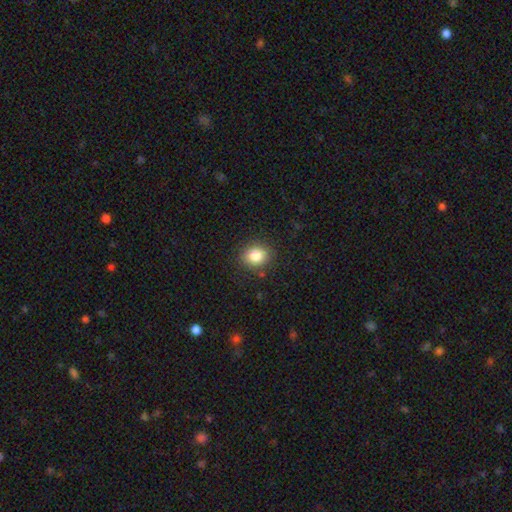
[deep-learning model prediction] smooth-or-featured: smooth: 82% | star or artifact: 11% | featured or disk: 7%
  how-rounded: round: 69% | in between: 30% | cigar-shaped: 1%
  merging: none: 87% | minor disturbance: 9% | major disturbance: 3% | merger: 1%